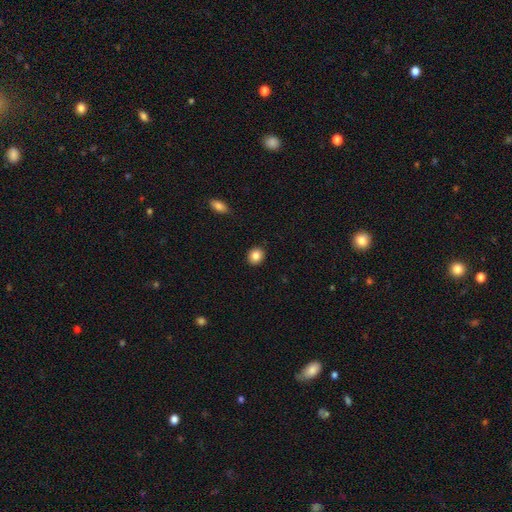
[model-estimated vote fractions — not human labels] Smooth or featured? Predicted: smooth (p=0.85). How rounded? Predicted: round (p=0.74). Merging? Predicted: none (p=0.91).